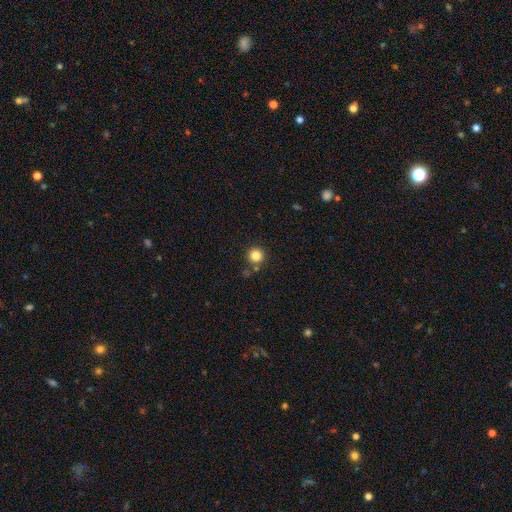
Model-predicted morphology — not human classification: This appears to be a smooth galaxy with no disk features (85%) that is round (95%). Merging: none (83%).